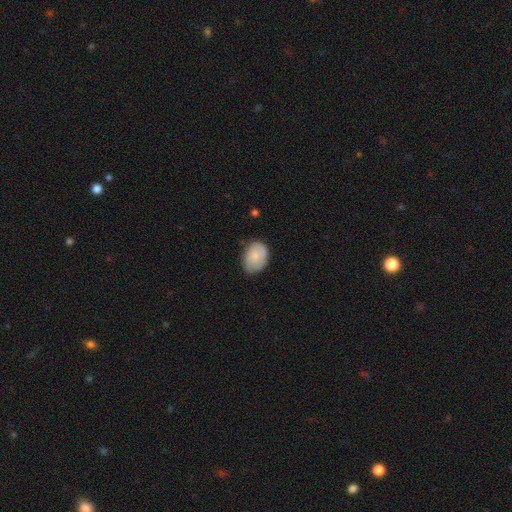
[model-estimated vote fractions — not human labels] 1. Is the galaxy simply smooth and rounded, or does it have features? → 80% smooth, 14% featured or disk, 7% star or artifact.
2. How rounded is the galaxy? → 72% in between, 27% round, 1% cigar-shaped.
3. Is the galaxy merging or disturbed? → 64% none, 29% minor disturbance, 6% major disturbance, 1% merger.